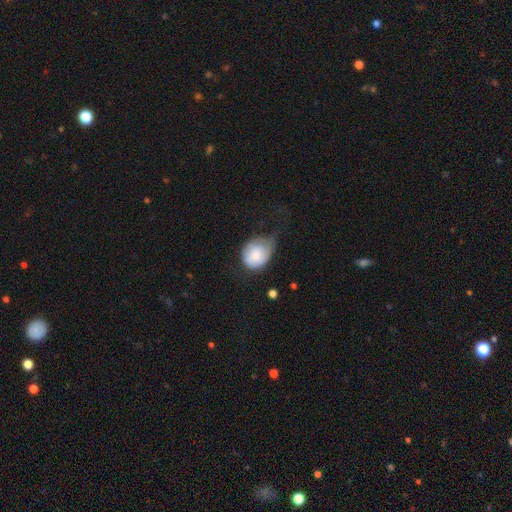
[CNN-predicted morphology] smooth 69%, featured or disk 23%, star or artifact 7%. Down the decision tree: how rounded — round (57%); merging — minor disturbance (44%).